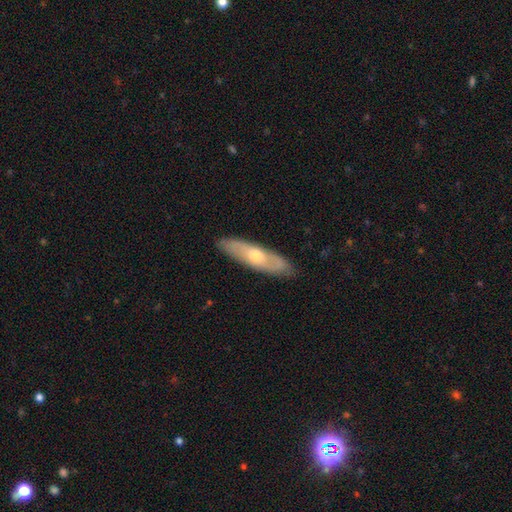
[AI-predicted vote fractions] Smooth or featured?
  - featured or disk: 54% *
  - smooth: 39%
  - star or artifact: 7%
Edge-on disk?
  - no: 51% *
  - yes: 49%
Merging?
  - none: 88% *
  - minor disturbance: 9%
  - major disturbance: 2%
  - merger: 1%